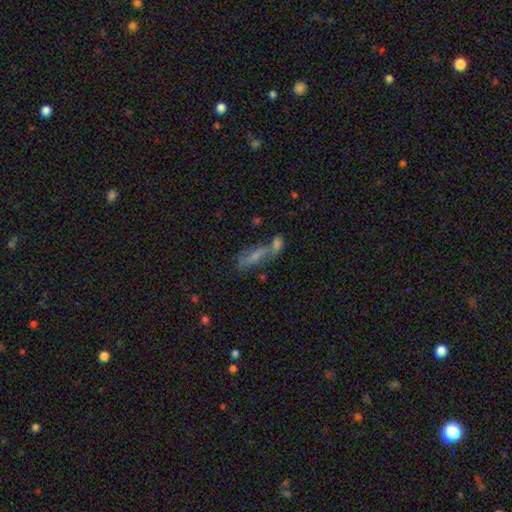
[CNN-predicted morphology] smooth-or-featured: smooth: 42% | featured or disk: 40% | star or artifact: 18%
  merging: merger: 45% | none: 35% | minor disturbance: 12% | major disturbance: 9%